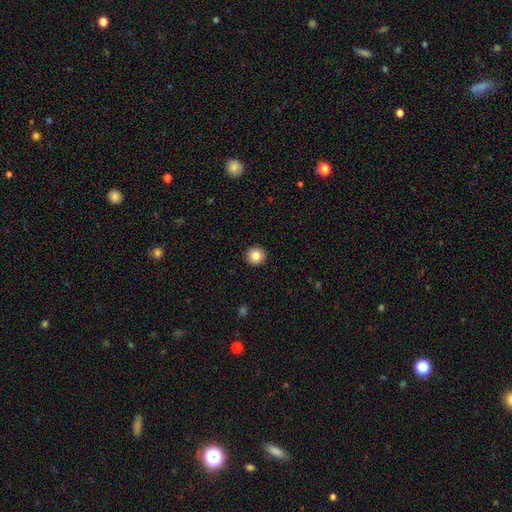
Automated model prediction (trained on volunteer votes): A smooth galaxy with no disk features (84%) that is round (94%). Merging: none (93%).